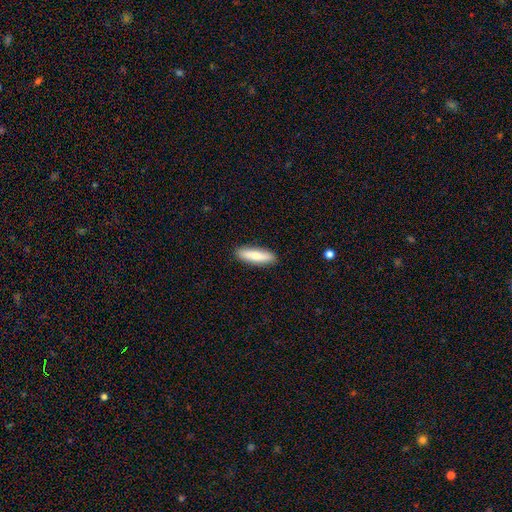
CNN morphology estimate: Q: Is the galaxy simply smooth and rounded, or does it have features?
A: smooth — 74%.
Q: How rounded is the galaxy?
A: cigar-shaped — 68%.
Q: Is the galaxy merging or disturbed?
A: none — 90%.